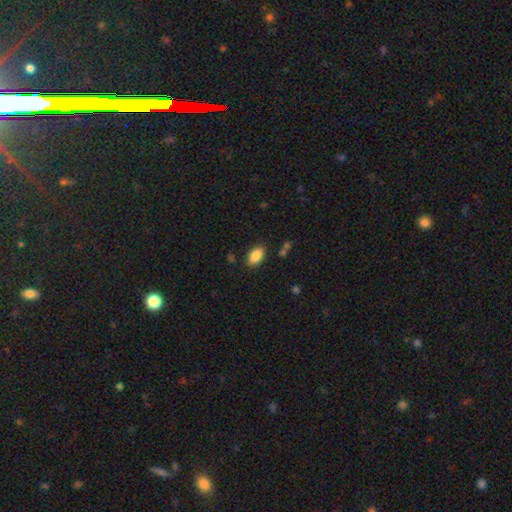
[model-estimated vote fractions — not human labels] smooth 87%, star or artifact 8%, featured or disk 5%. Down the decision tree: how rounded — in between (92%); merging — none (83%).